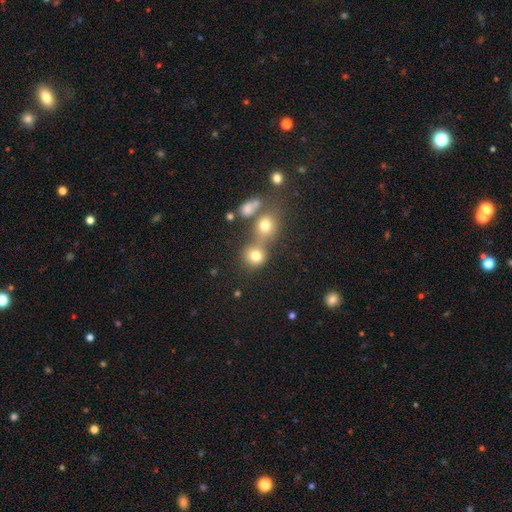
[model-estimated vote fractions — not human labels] Overall: smooth (76%). How rounded: round (82%). Merging: none (45%; merger 42%).